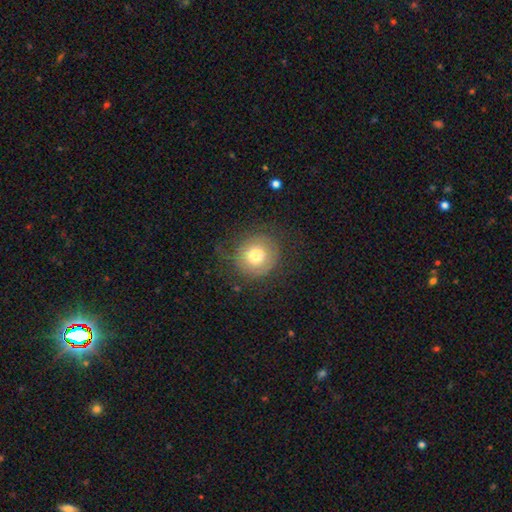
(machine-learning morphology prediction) smooth-or-featured: smooth: 64% | featured or disk: 26% | star or artifact: 9%
  how-rounded: round: 91% | in between: 8% | cigar-shaped: 1%
  merging: none: 71% | minor disturbance: 17% | major disturbance: 11% | merger: 1%